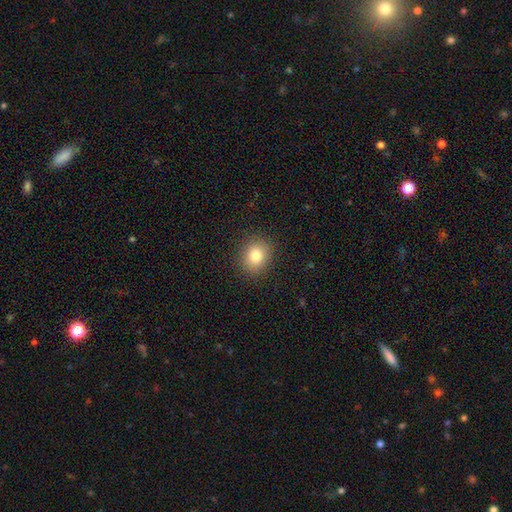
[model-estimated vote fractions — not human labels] This appears to be a smooth galaxy with no disk features (81%) that is round (67%). Merging: none (89%).